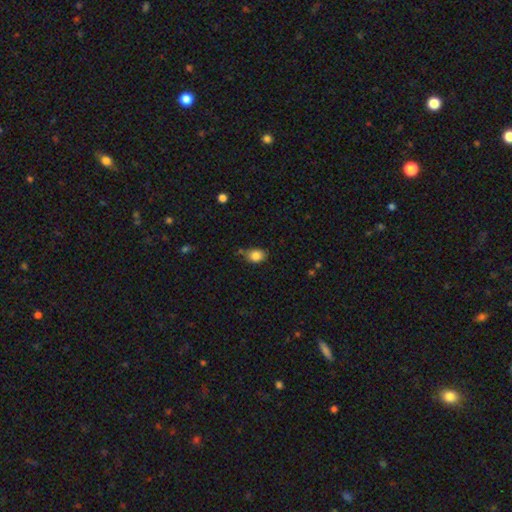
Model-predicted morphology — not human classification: Smooth or featured? smooth (85%)
How rounded? in between (61%)
Merging? none (61%)